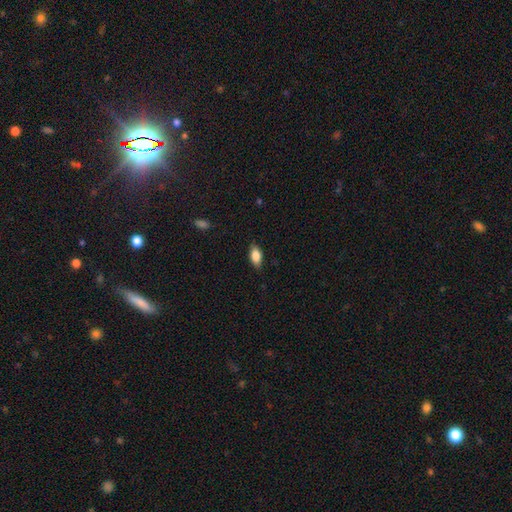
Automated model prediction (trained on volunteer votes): The model was most divided on "merging": none: 83%, minor disturbance: 13%, major disturbance: 2%, merger: 1%. More confident: how rounded — in between (89%); smooth or featured — smooth (84%).